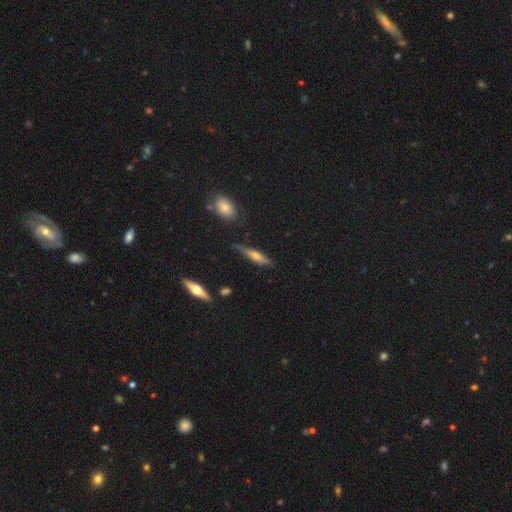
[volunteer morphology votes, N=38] smooth_or_featured: smooth (p=0.58) [alt: featured or disk p=0.39]
how_rounded: cigar-shaped (p=0.73) [alt: in between p=0.23]
merging: none (p=0.70) [alt: minor disturbance p=0.19]